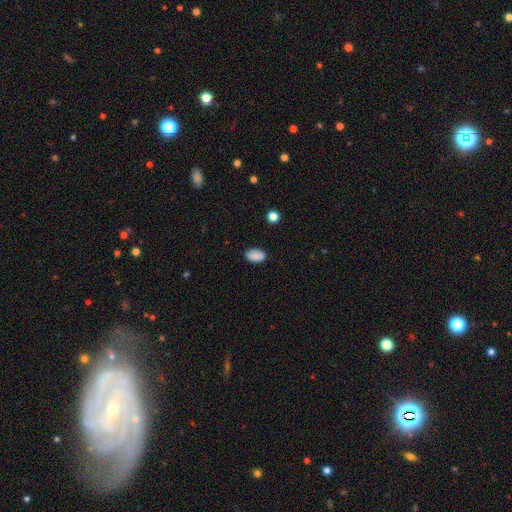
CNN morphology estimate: smooth-or-featured: smooth: 88% | star or artifact: 8% | featured or disk: 4%
  how-rounded: in between: 91% | round: 8% | cigar-shaped: 1%
  merging: none: 86% | minor disturbance: 11% | major disturbance: 2% | merger: 1%